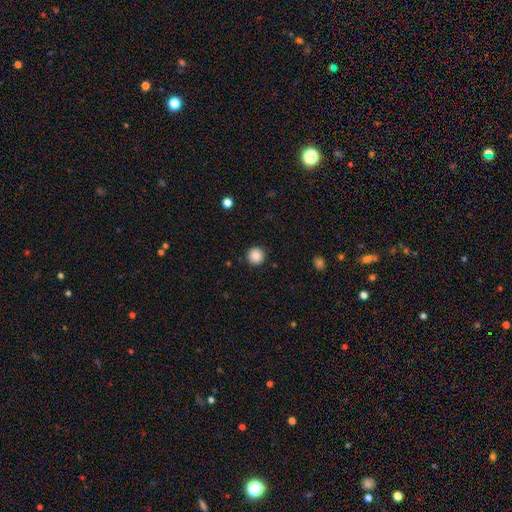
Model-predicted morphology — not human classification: Smooth or featured? smooth (87%)
How rounded? round (96%)
Merging? none (92%)